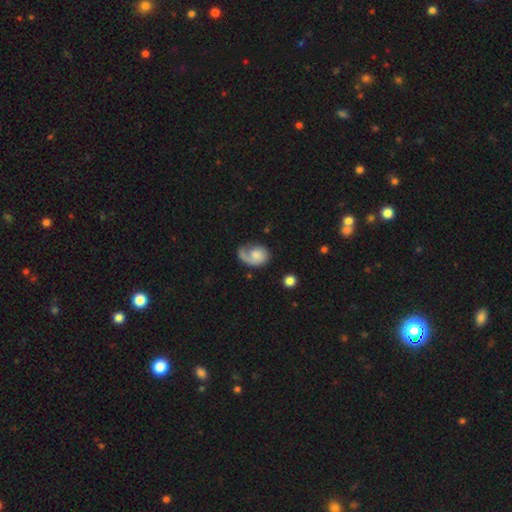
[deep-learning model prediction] Smooth or featured? featured or disk (64%)
Edge-on disk? no (98%)
Bar? no (76%)
Spiral arms? yes (89%)
Spiral winding? loose (36%)
Spiral arm count? 1 (88%)
Bulge size? small (34%)
Merging? none (46%)